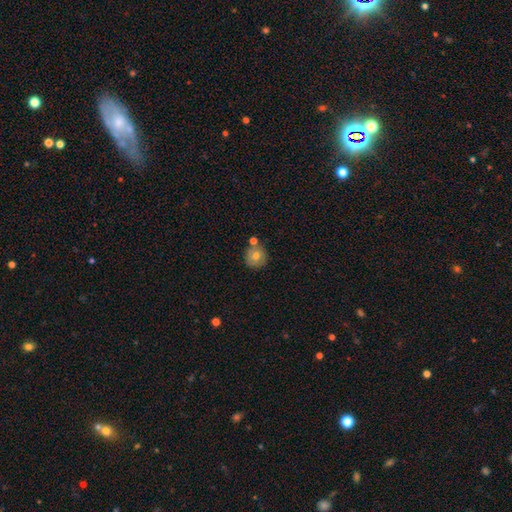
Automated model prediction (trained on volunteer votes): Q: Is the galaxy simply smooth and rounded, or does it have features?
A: smooth — 73%.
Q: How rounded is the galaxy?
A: round — 90%.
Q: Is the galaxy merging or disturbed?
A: none — 70%.